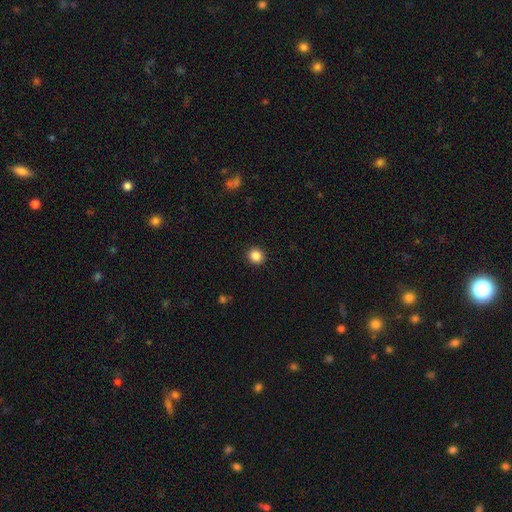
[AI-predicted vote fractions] Morphology: type=smooth (86%); roundness=round (90%); merging=none (92%).